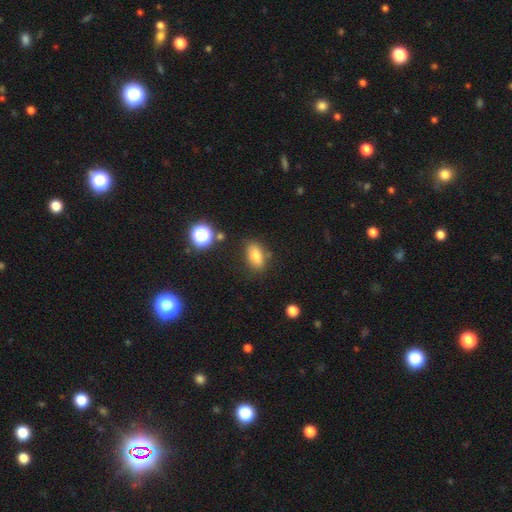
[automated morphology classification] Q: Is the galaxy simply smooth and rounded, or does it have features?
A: smooth — 79%.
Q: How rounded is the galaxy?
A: in between — 84%.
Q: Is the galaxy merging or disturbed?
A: none — 77%.